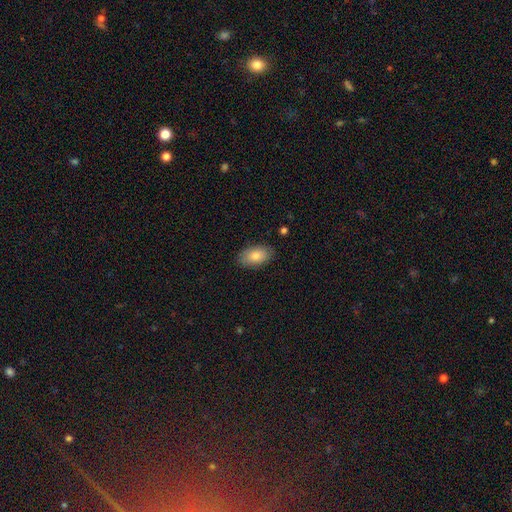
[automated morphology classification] Smooth or featured? smooth (82%)
How rounded? in between (93%)
Merging? none (86%)